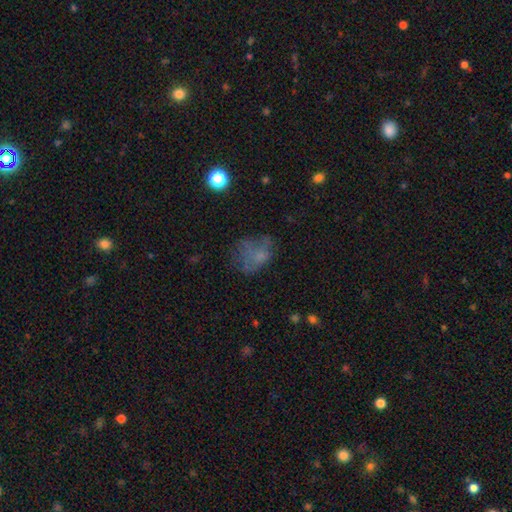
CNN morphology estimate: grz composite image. It shows a smooth galaxy with no disk features (55%) that is in between round and cigar-shaped (57%). Merging: none (44%).